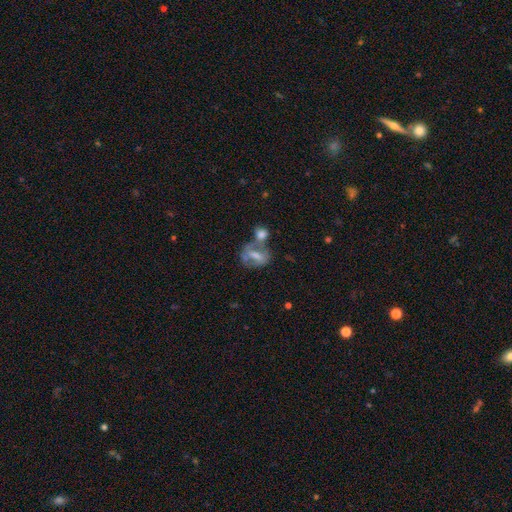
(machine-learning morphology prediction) featured or disk 47%, smooth 44%, star or artifact 10%. Down the decision tree: merging — merger (45%).